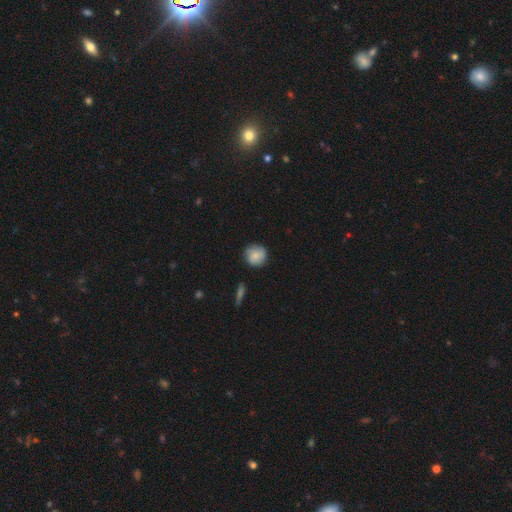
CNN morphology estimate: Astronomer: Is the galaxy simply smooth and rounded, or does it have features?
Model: smooth — 74%.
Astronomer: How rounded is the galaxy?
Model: round — 91%.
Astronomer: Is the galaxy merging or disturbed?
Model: none — 78%.